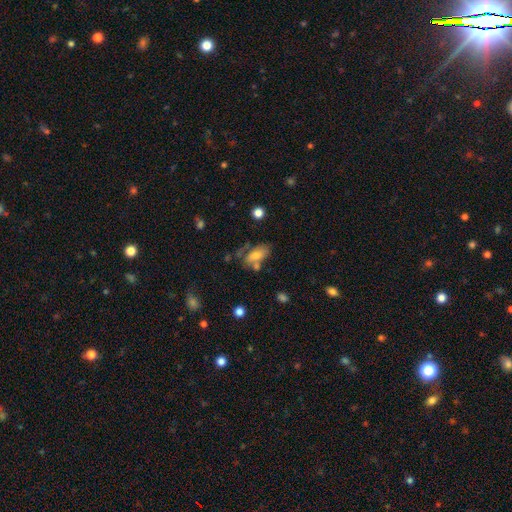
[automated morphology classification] Smooth or featured? smooth (64%)
How rounded? in between (87%)
Merging? none (40%)